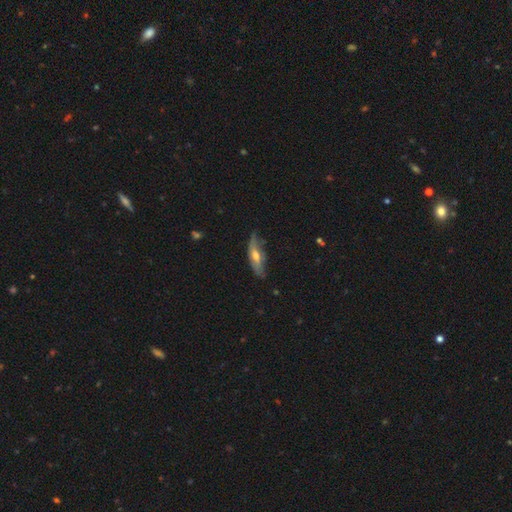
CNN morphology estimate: Smooth or featured: featured or disk — 55% (smooth — 39%)
Edge-on disk: yes — 51% (no — 49%)
Merging: none — 64% (minor disturbance — 27%)